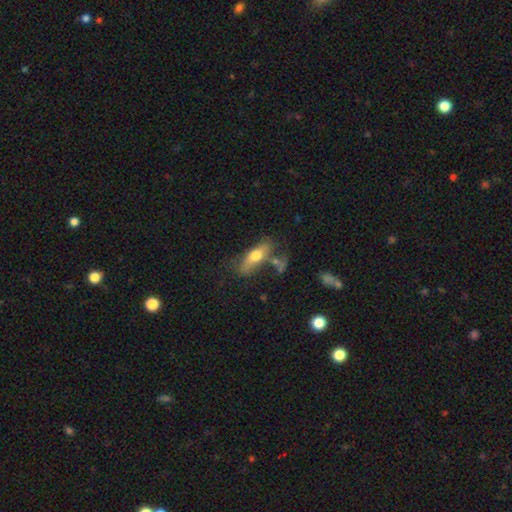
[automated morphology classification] Smooth or featured?
  - smooth: 53% *
  - featured or disk: 40%
  - star or artifact: 8%
How rounded?
  - in between: 53% *
  - cigar-shaped: 42%
  - round: 5%
Merging?
  - none: 47% *
  - minor disturbance: 22%
  - major disturbance: 16%
  - merger: 15%